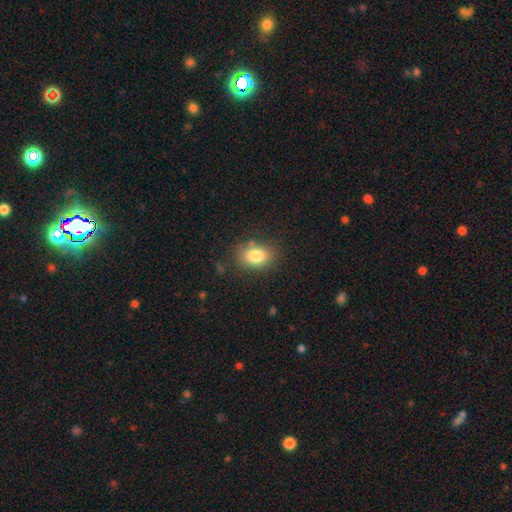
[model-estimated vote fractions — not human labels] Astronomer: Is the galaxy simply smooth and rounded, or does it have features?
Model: smooth — 82%.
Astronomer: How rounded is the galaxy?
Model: in between — 73%.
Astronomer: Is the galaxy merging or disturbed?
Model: none — 77%.